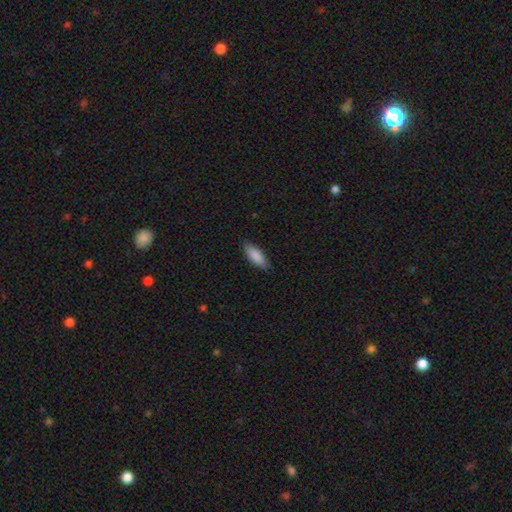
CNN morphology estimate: Q: Smooth or featured?
A: smooth (88%); runner-up: featured or disk (6%)
Q: How rounded?
A: in between (66%); runner-up: cigar-shaped (32%)
Q: Merging?
A: none (86%); runner-up: minor disturbance (11%)